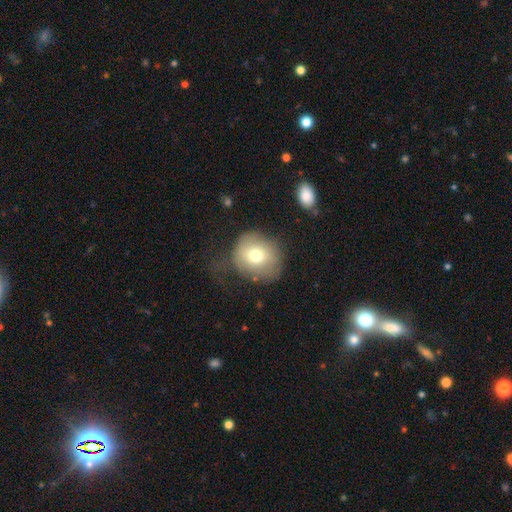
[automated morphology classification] Q: Smooth or featured?
A: smooth (71%); runner-up: featured or disk (19%)
Q: How rounded?
A: round (83%); runner-up: in between (16%)
Q: Merging?
A: none (51%); runner-up: minor disturbance (25%)